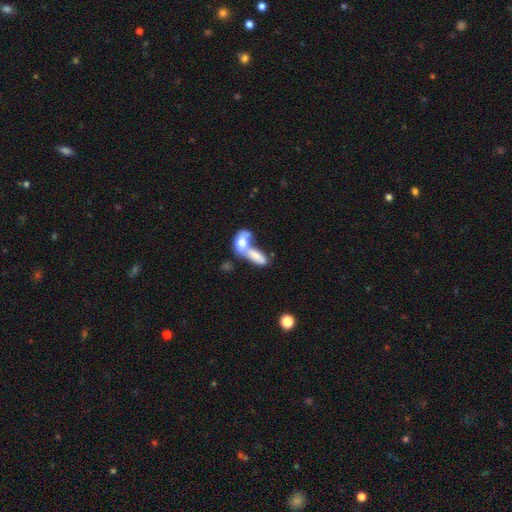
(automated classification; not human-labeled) Morphology: type=smooth (69%); roundness=in between (82%); merging=merger (74%).